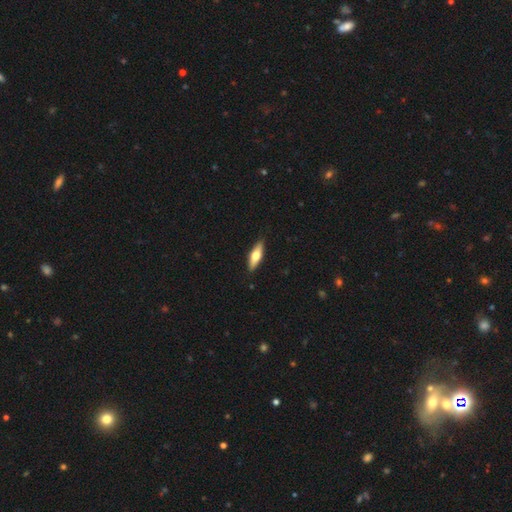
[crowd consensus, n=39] A smooth galaxy with no disk features (46%, tied with featured or disk) that is cigar-shaped (72%).

Vote fractions:
- Smooth or featured? smooth: 46% (tied) / featured or disk: 46% (tied) / star or artifact: 8%
- How rounded? cigar-shaped: 72% / in between: 28% / round: 0%
- Merging? none: 83% / minor disturbance: 11% / major disturbance: 3% / merger: 3%